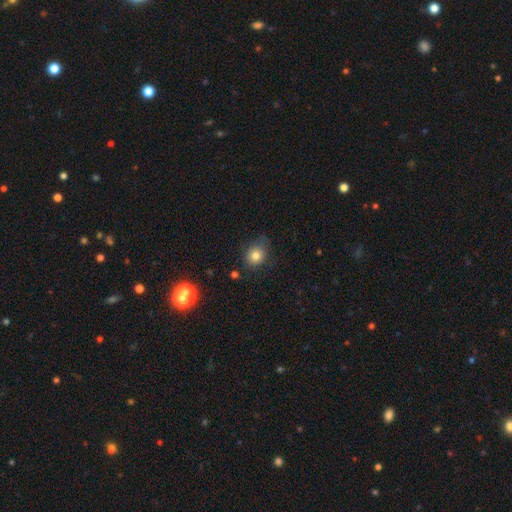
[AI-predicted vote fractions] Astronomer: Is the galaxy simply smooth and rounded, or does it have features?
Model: smooth — 79%.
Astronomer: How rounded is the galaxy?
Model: round — 63%.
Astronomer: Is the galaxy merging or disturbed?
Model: none — 74%.